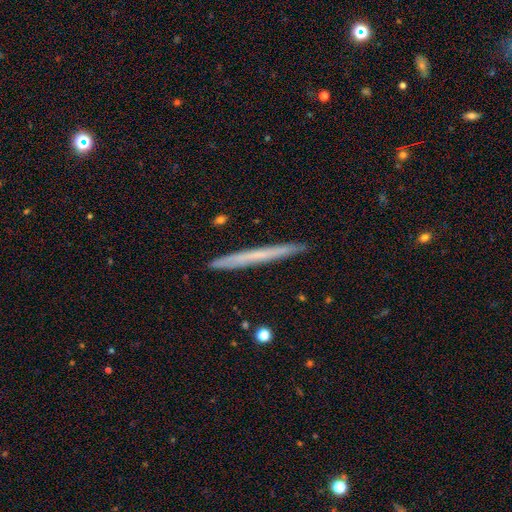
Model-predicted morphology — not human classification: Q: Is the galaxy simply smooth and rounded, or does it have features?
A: smooth — 51%.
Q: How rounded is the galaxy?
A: cigar-shaped — 97%.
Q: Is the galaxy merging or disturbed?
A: none — 91%.